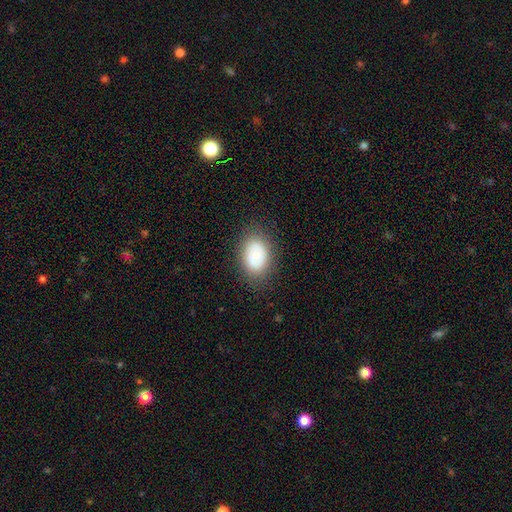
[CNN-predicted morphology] A smooth galaxy with no disk features (76%) that is in between round and cigar-shaped (81%). Merging: none (80%).